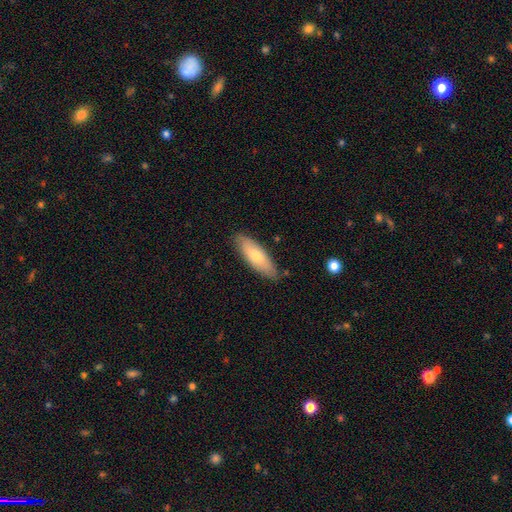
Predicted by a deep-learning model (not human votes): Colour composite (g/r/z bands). It shows a smooth galaxy with no disk features (65%) that is in between round and cigar-shaped (56%). Merging: none (83%).